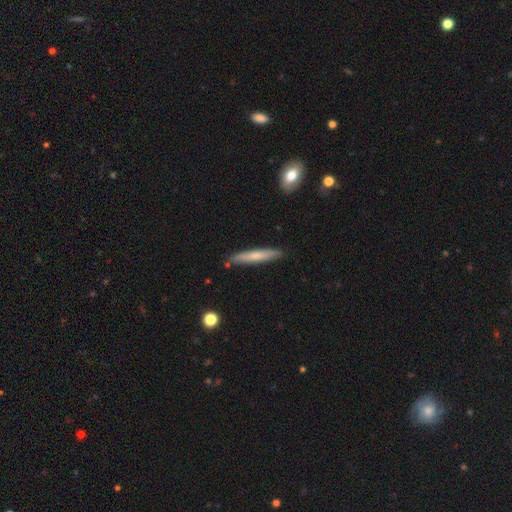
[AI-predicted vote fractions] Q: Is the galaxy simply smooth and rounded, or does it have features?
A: smooth — 64%.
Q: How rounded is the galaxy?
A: cigar-shaped — 94%.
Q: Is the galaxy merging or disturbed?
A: none — 86%.